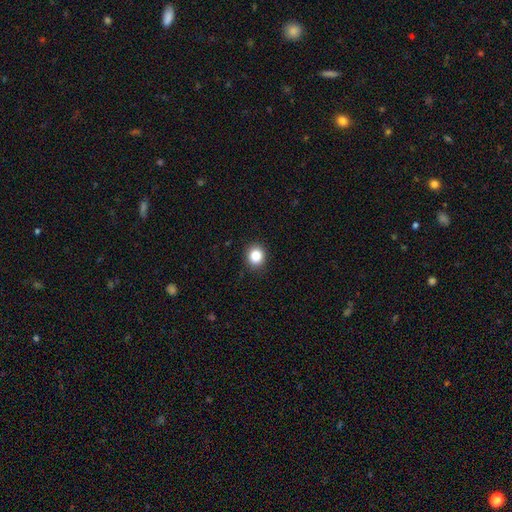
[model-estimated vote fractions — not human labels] This appears to be a smooth galaxy with no disk features (85%) that is round (81%). Merging: none (90%).